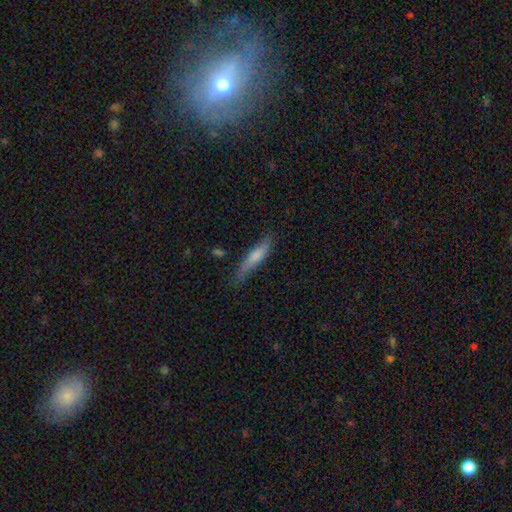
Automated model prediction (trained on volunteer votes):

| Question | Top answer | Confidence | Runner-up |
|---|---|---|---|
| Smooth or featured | smooth | 60% | featured or disk (33%) |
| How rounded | cigar-shaped | 88% | in between (10%) |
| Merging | none | 75% | minor disturbance (19%) |